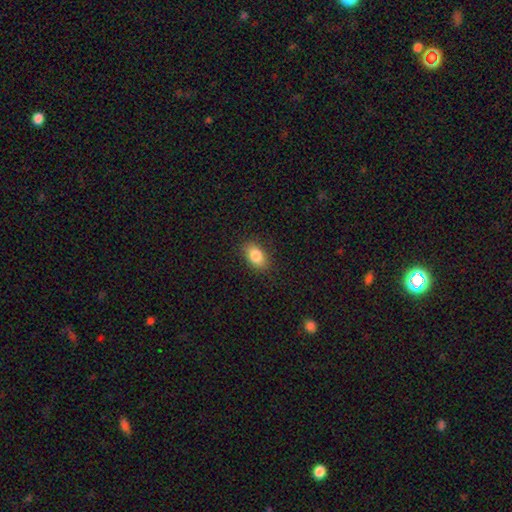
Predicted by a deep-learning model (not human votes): The model was most divided on "merging": none: 86%, minor disturbance: 10%, major disturbance: 3%, merger: 1%. More confident: how rounded — in between (88%); smooth or featured — smooth (84%).